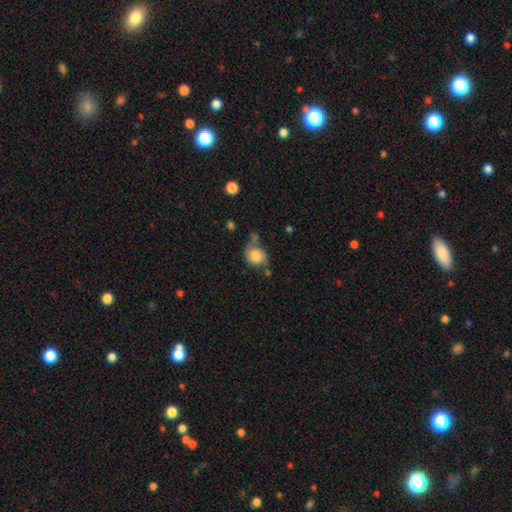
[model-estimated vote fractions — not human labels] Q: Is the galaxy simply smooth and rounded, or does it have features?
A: smooth — 75%.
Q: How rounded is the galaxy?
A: round — 73%.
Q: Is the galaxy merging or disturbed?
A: none — 44%.